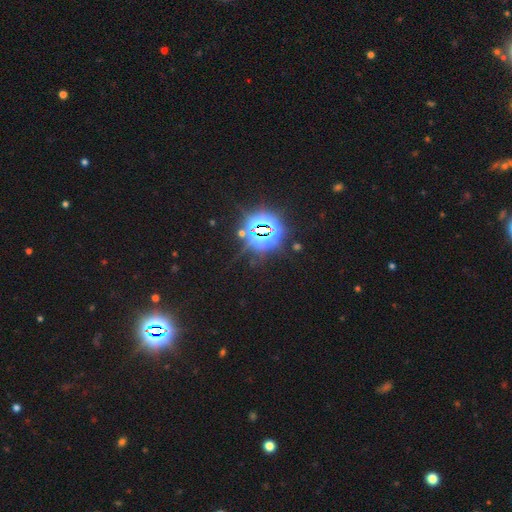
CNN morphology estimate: star or artifact 85%, smooth 9%, featured or disk 6%.